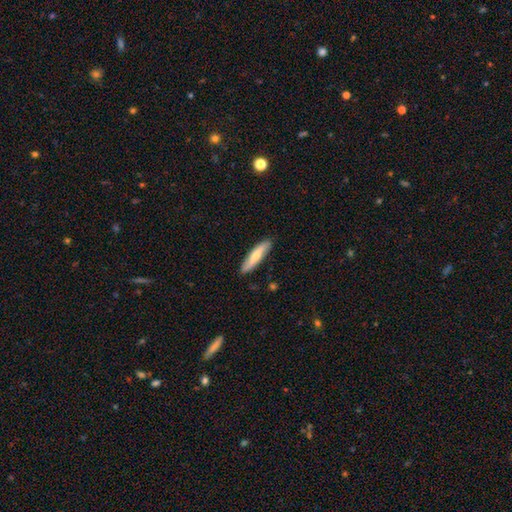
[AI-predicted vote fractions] Smooth or featured? smooth (63%)
How rounded? cigar-shaped (81%)
Merging? none (87%)